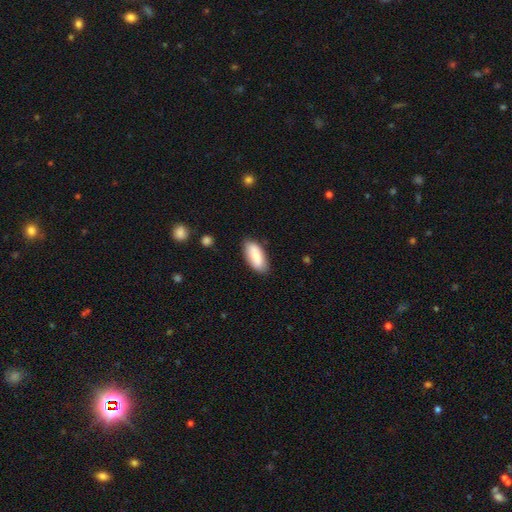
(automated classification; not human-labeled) smooth 79%, featured or disk 15%, star or artifact 6%. Down the decision tree: how rounded — in between (86%); merging — none (83%).